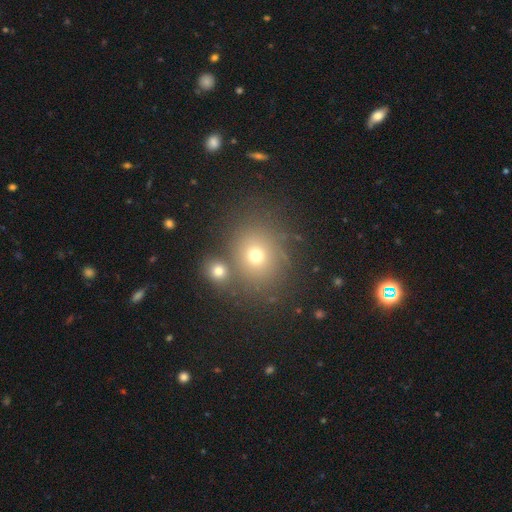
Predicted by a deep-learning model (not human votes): smooth_or_featured: smooth (p=0.67) [alt: star or artifact p=0.19]
how_rounded: round (p=0.72) [alt: in between p=0.27]
merging: none (p=0.66) [alt: merger p=0.19]